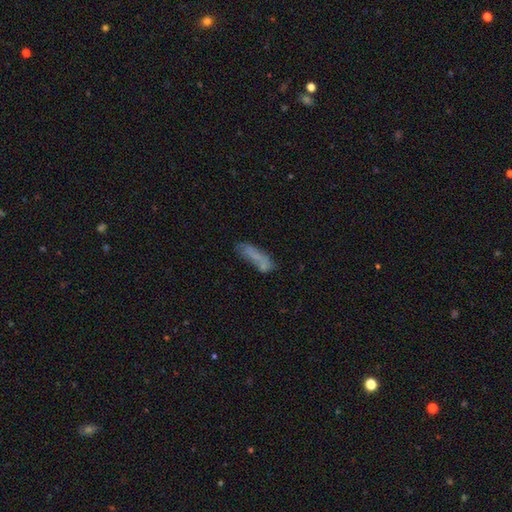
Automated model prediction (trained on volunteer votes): Morphology: type=smooth (60%); roundness=cigar-shaped (58%); merging=none (52%).